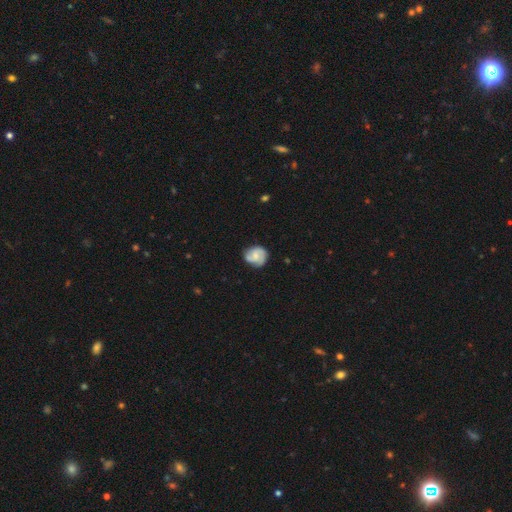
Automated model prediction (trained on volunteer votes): The model was most divided on "bulge size": small: 49%, moderate: 36%, none: 11%, large: 3%, dominant: 1%. More confident: edge-on disk — no (98%); spiral arms — yes (87%); merging — none (68%); bar — no (61%); smooth or featured — featured or disk (54%).